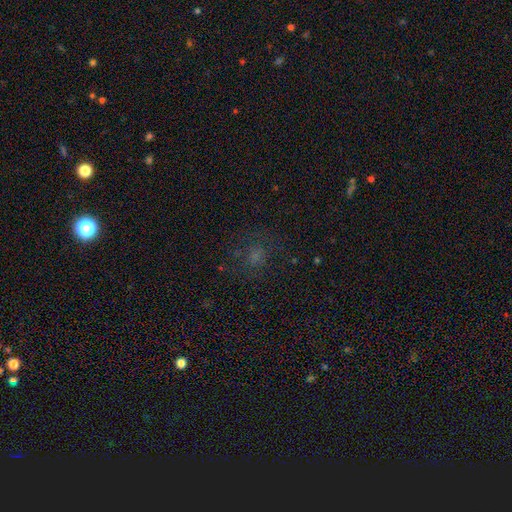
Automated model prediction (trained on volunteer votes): The model was most divided on "smooth or featured": smooth: 48%, star or artifact: 33%, featured or disk: 19%. More confident: merging — none (69%).